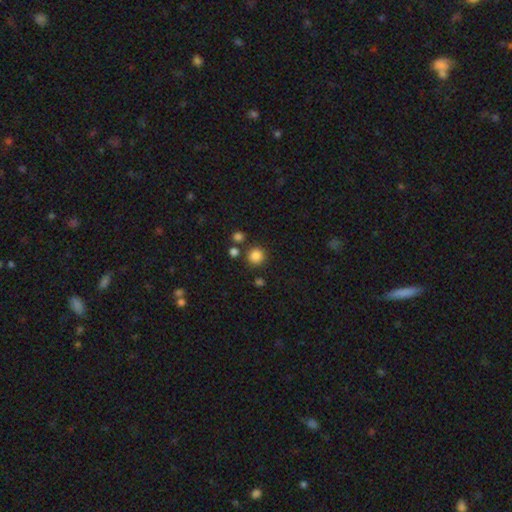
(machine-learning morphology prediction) A smooth galaxy with no disk features (84%) that is round (93%). Merging: none (82%).